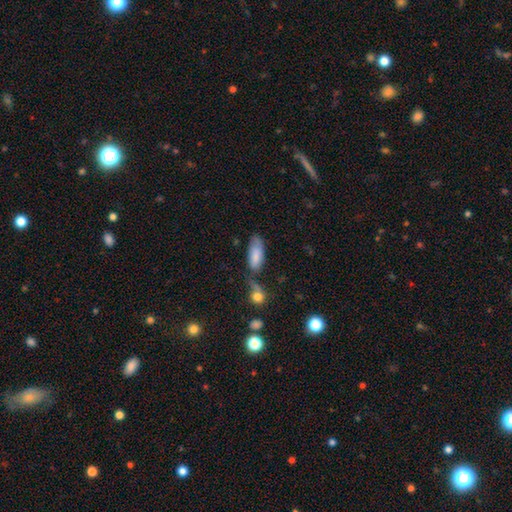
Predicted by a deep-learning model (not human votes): The model was most divided on "merging": none: 44%, minor disturbance: 24%, merger: 22%, major disturbance: 11%. More confident: how rounded — in between (83%); smooth or featured — smooth (79%).